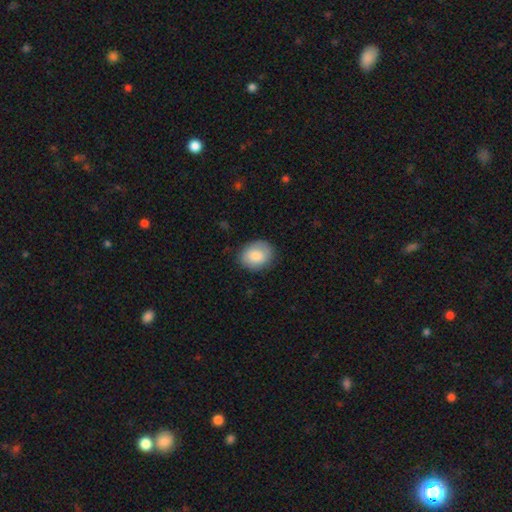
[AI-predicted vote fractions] Smooth or featured: smooth — 82% (featured or disk — 11%)
How rounded: round — 54% (in between — 45%)
Merging: none — 82% (minor disturbance — 13%)